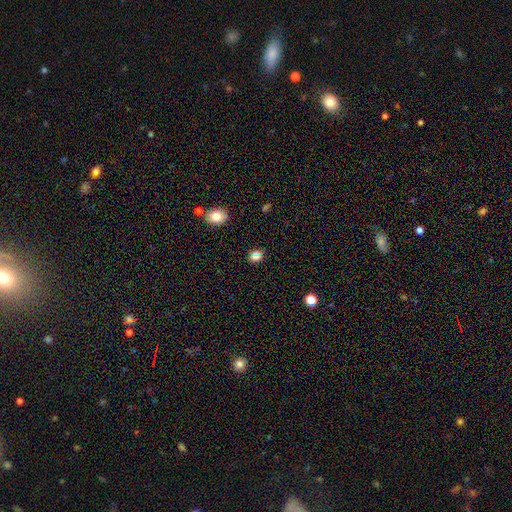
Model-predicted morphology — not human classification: Q: Smooth or featured?
A: smooth (82%); runner-up: star or artifact (13%)
Q: How rounded?
A: round (60%); runner-up: in between (39%)
Q: Merging?
A: none (80%); runner-up: minor disturbance (12%)